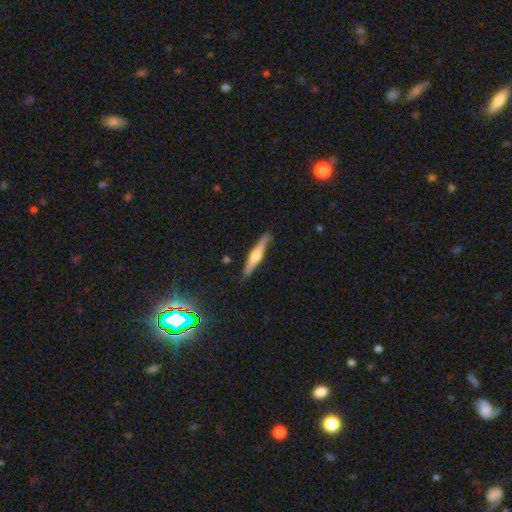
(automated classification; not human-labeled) A featured or disk galaxy (60%) viewed edge-on (97%) with a rounded central bulge (87%). Merging: none (87%).